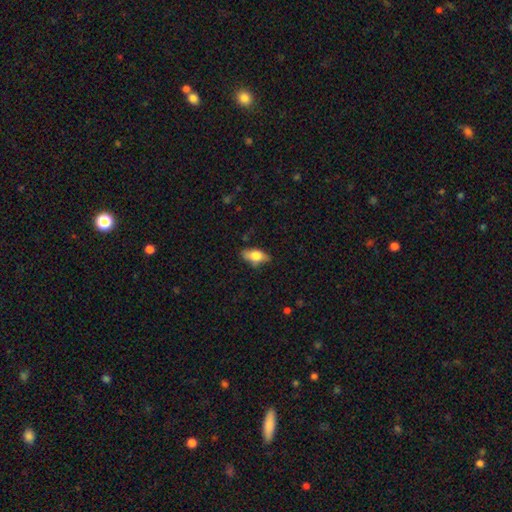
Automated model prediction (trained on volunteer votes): smooth-or-featured: smooth: 66% | featured or disk: 27% | star or artifact: 7%
  how-rounded: in between: 83% | cigar-shaped: 11% | round: 5%
  merging: none: 72% | minor disturbance: 21% | major disturbance: 5% | merger: 2%